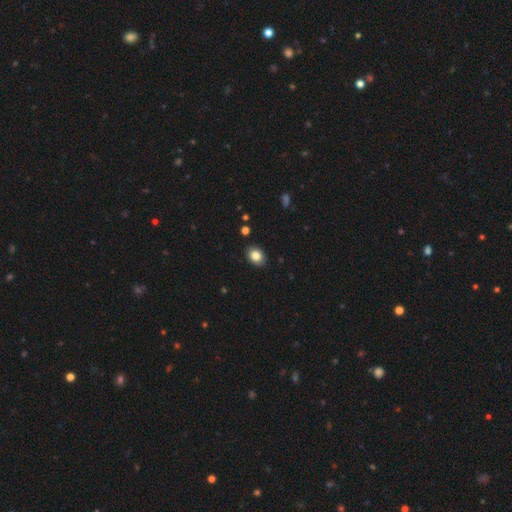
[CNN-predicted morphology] Overall: smooth (84%). How rounded: in between (67%; round 32%). Merging: none (88%).